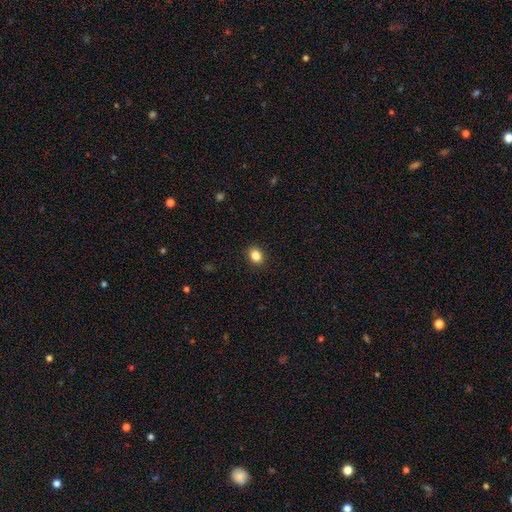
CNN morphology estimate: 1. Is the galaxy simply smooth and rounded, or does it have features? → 85% smooth, 10% star or artifact, 5% featured or disk.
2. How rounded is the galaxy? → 58% in between, 41% round, 1% cigar-shaped.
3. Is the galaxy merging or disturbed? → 91% none, 7% minor disturbance, 2% major disturbance, 1% merger.